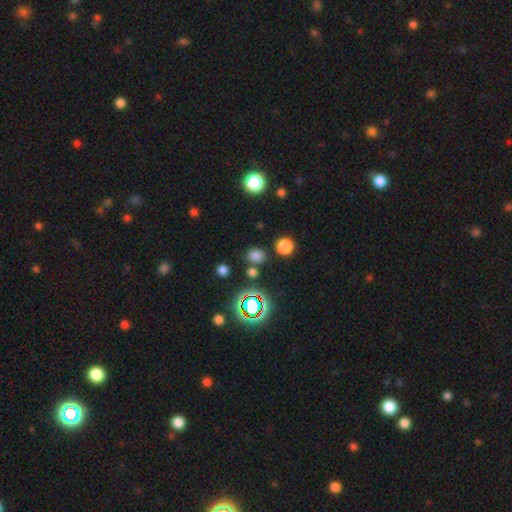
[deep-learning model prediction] Q: Smooth or featured?
A: smooth (70%); runner-up: star or artifact (24%)
Q: How rounded?
A: round (62%); runner-up: in between (36%)
Q: Merging?
A: none (78%); runner-up: minor disturbance (10%)